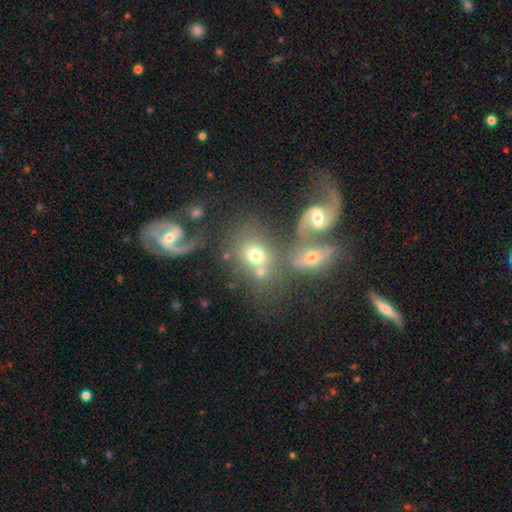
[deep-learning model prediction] smooth_or_featured: smooth (p=0.60) [alt: featured or disk p=0.26]
how_rounded: in between (p=0.52) [alt: round p=0.47]
merging: merger (p=0.45) [alt: none p=0.34]